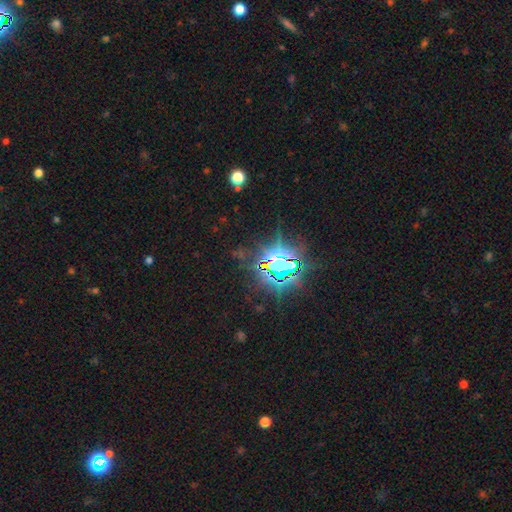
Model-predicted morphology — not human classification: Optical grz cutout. It shows a star or artifact, not a galaxy (86%).